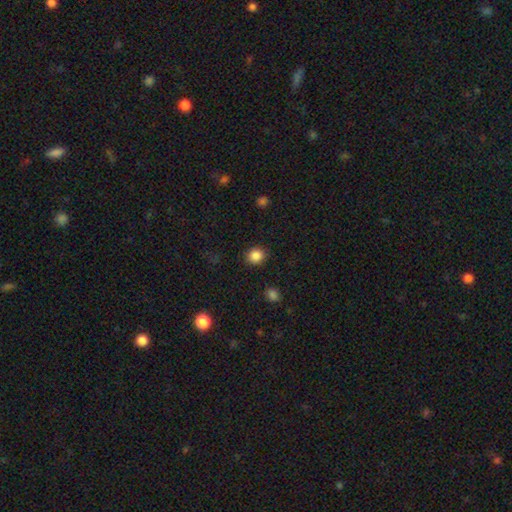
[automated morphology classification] A smooth galaxy with no disk features (86%) that is round (83%). Merging: none (90%).